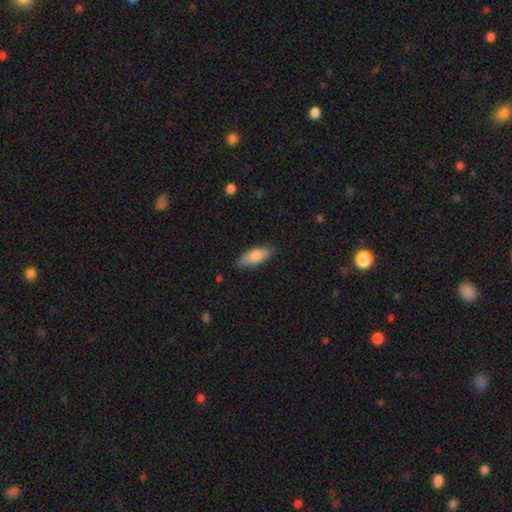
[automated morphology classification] Q: Smooth or featured?
A: smooth (85%); runner-up: featured or disk (9%)
Q: How rounded?
A: in between (79%); runner-up: cigar-shaped (19%)
Q: Merging?
A: none (83%); runner-up: minor disturbance (14%)